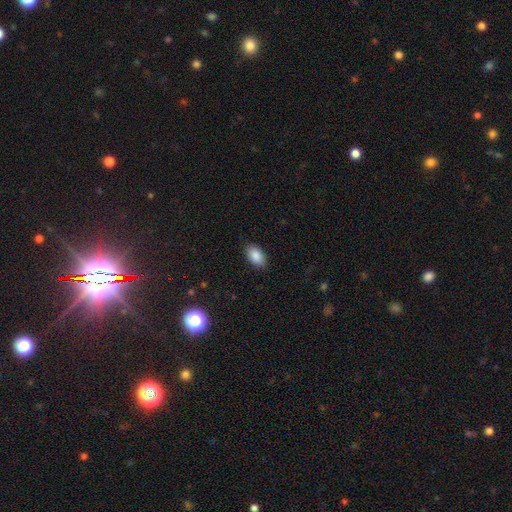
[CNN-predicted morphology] Smooth or featured? smooth (88%)
How rounded? in between (93%)
Merging? none (87%)